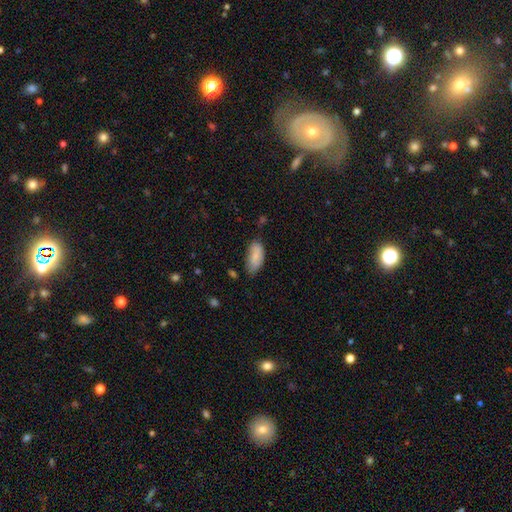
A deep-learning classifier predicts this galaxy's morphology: This appears to be a smooth galaxy with no disk features (84%) that is in between round and cigar-shaped (92%). Merging: none (62%).